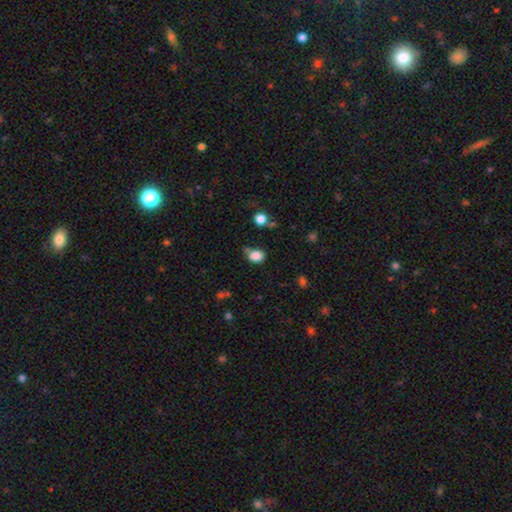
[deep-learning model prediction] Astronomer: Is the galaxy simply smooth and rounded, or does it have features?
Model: smooth — 84%.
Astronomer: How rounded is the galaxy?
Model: in between — 57% (runner-up: round, 42%).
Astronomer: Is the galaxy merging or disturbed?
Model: none — 63%.